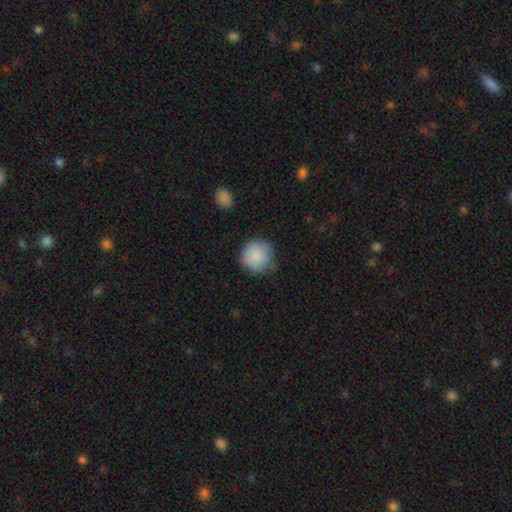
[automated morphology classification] The model was most divided on "merging": none: 72%, minor disturbance: 21%, major disturbance: 5%, merger: 2%. More confident: how rounded — round (93%); smooth or featured — smooth (87%).